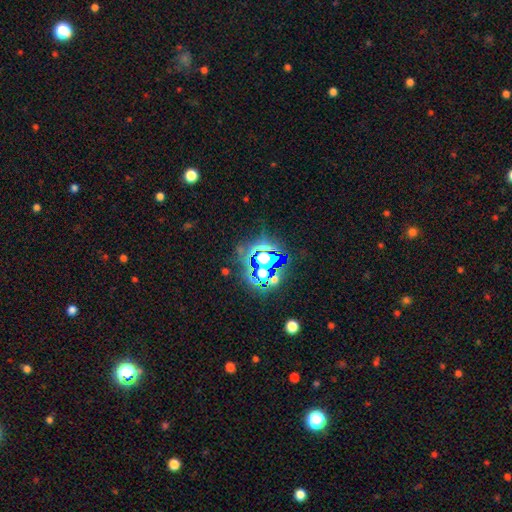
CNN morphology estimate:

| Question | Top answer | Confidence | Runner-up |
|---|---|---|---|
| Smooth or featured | star or artifact | 84% | smooth (10%) |